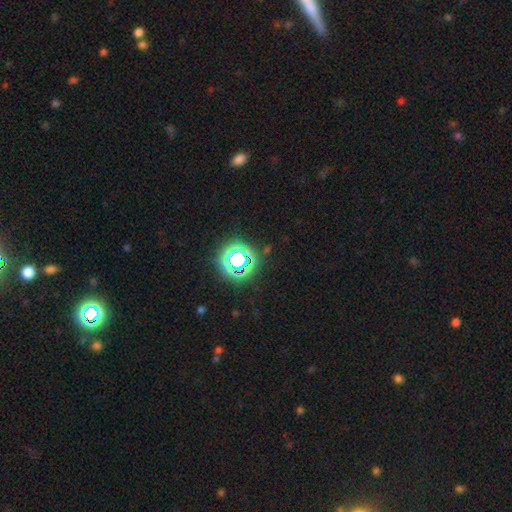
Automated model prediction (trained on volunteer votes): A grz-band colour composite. It shows a star or artifact, not a galaxy (77%).